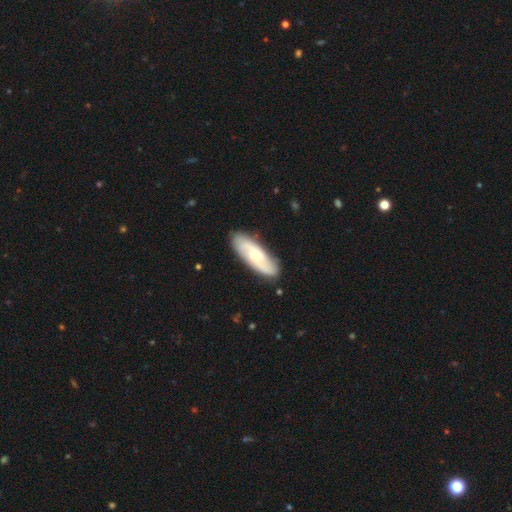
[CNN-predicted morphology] smooth-or-featured: featured or disk: 57% | smooth: 37% | star or artifact: 5%
  disk-edge-on: no: 86% | yes: 14%
  merging: none: 85% | minor disturbance: 11% | major disturbance: 2% | merger: 1%